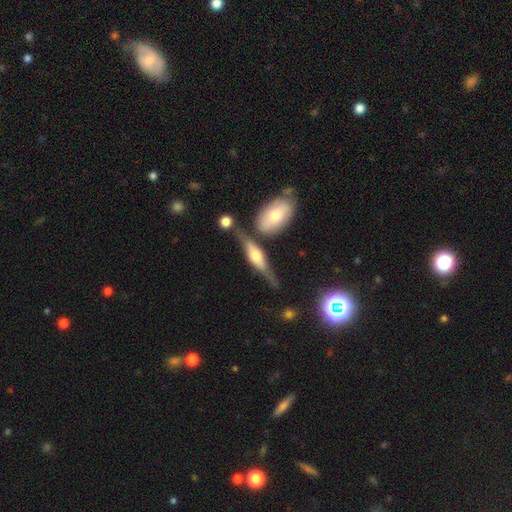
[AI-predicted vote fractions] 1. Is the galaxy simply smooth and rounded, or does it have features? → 69% featured or disk, 25% smooth, 6% star or artifact.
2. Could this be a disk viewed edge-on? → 91% yes, 9% no.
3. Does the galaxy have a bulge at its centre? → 85% rounded, 12% boxy, 3% none.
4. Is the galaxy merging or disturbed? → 61% none, 18% minor disturbance, 13% merger, 7% major disturbance.